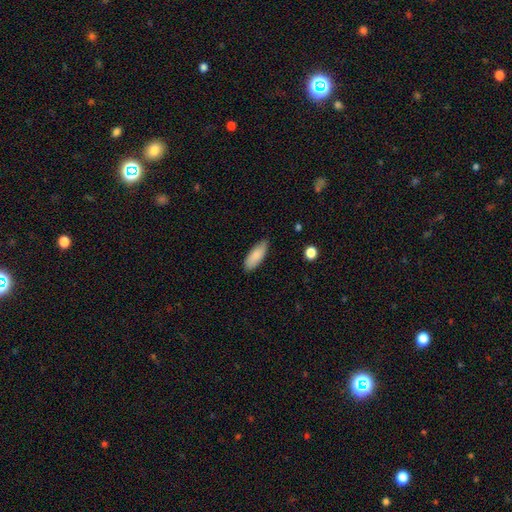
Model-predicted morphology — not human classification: smooth 86%, featured or disk 8%, star or artifact 6%. Down the decision tree: how rounded — in between (75%); merging — none (81%).